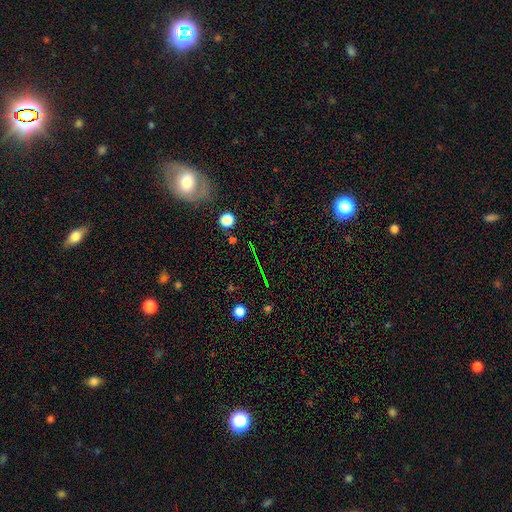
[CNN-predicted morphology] This appears to be a star or artifact, not a galaxy (53%).